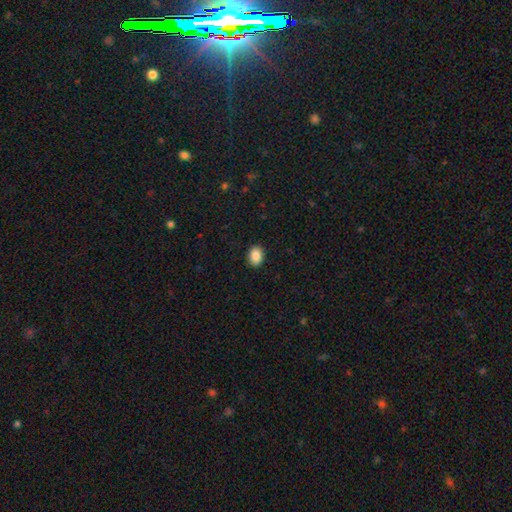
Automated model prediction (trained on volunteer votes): Morphology: type=smooth (88%); roundness=in between (69%); merging=none (90%).